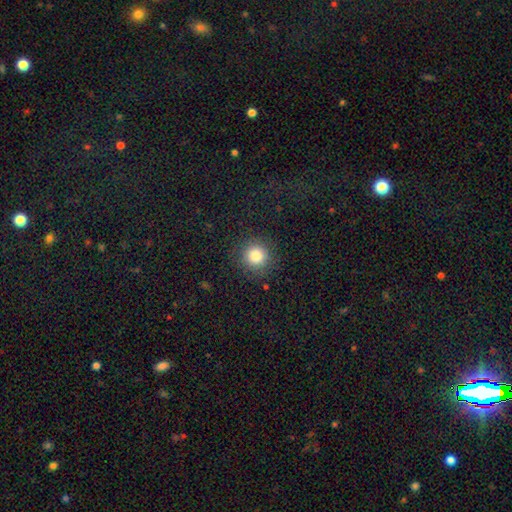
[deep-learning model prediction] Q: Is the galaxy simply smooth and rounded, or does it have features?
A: smooth — 84%.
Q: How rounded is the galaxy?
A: round — 94%.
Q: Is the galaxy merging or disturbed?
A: none — 88%.